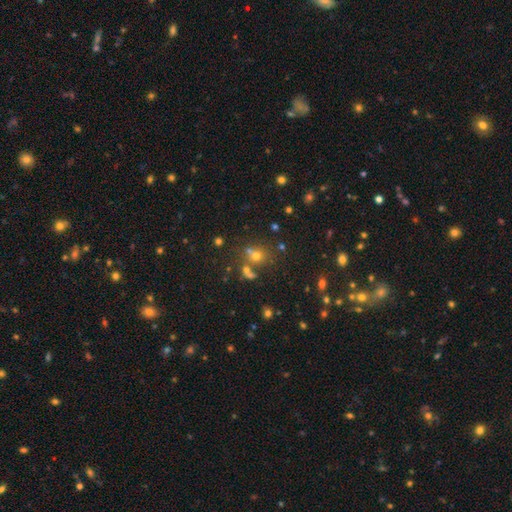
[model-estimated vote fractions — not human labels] smooth_or_featured: smooth (p=0.50) [alt: star or artifact p=0.39]
merging: none (p=0.61) [alt: merger p=0.24]